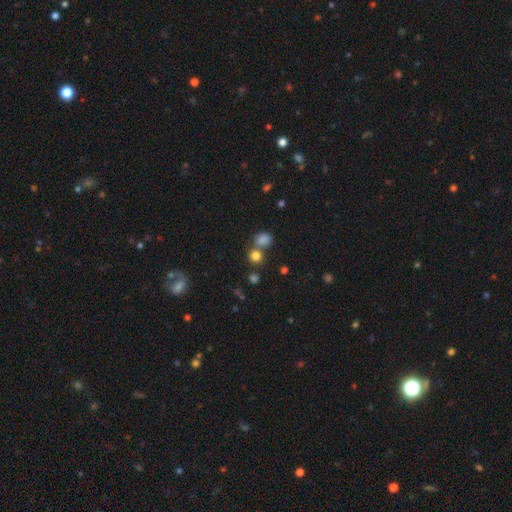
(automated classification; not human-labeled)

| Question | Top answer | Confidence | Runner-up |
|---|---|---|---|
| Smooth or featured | smooth | 79% | star or artifact (14%) |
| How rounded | round | 84% | in between (15%) |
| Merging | none | 61% | merger (27%) |